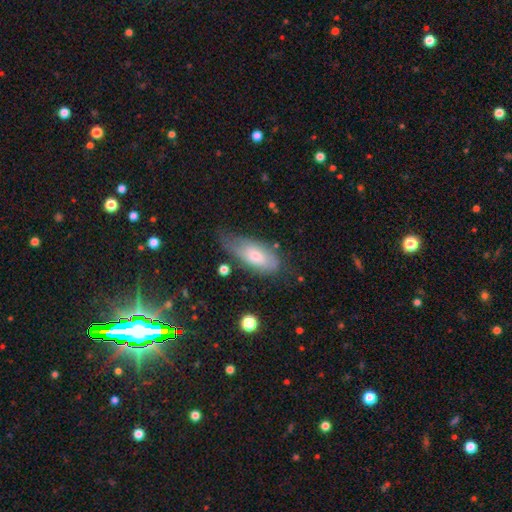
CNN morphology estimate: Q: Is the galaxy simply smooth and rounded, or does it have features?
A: smooth — 54%.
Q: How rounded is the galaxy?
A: in between — 85%.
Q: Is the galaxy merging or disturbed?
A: none — 41%.